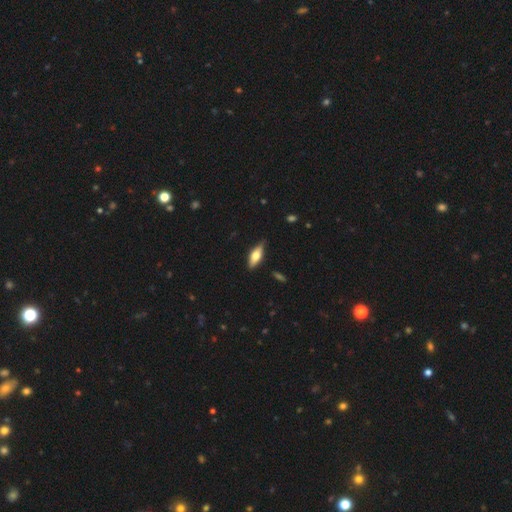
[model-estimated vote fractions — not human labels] smooth_or_featured: smooth (p=0.60) [alt: featured or disk p=0.34]
how_rounded: in between (p=0.68) [alt: cigar-shaped p=0.29]
merging: none (p=0.80) [alt: minor disturbance p=0.16]